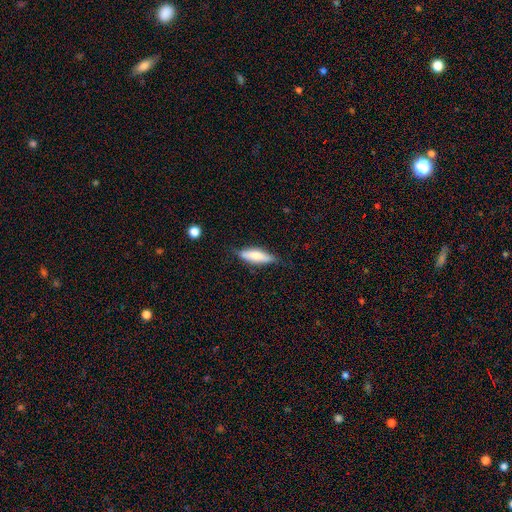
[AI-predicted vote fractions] A smooth galaxy with no disk features (69%) that is in between round and cigar-shaped (49%, tied with cigar-shaped). Merging: none (69%).